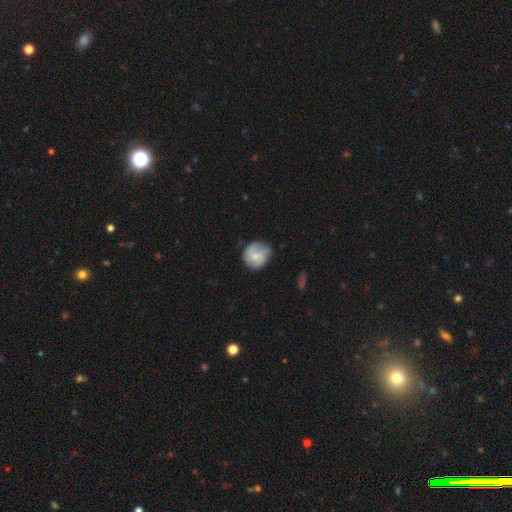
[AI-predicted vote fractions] This appears to be a smooth galaxy with no disk features (55%) that is round (82%). Merging: none (60%).